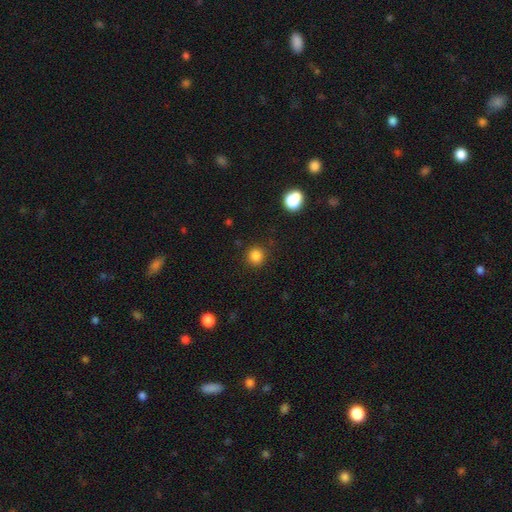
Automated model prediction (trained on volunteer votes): smooth-or-featured: smooth: 84% | star or artifact: 12% | featured or disk: 4%
  how-rounded: round: 92% | in between: 7% | cigar-shaped: 1%
  merging: none: 89% | minor disturbance: 7% | major disturbance: 2% | merger: 2%